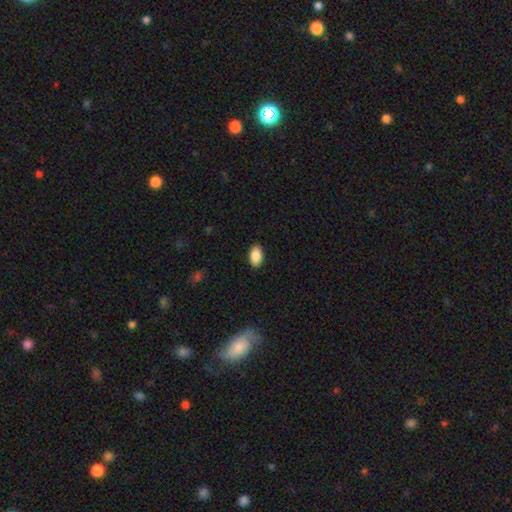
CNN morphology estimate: This is clearly a smooth galaxy (88%). How rounded: clearly in between (93%). Merging: clearly none (89%).